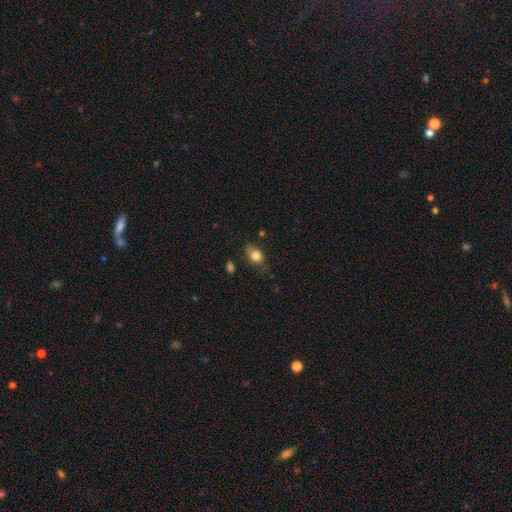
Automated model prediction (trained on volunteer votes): The model was most divided on "how rounded": in between: 64%, round: 34%, cigar-shaped: 2%. More confident: smooth or featured — smooth (81%); merging — none (66%).